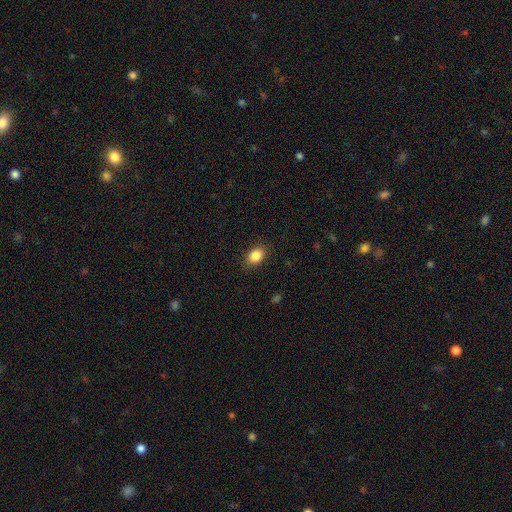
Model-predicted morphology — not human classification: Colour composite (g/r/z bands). It shows a smooth galaxy with no disk features (87%) that is in between round and cigar-shaped (74%). Merging: none (87%).